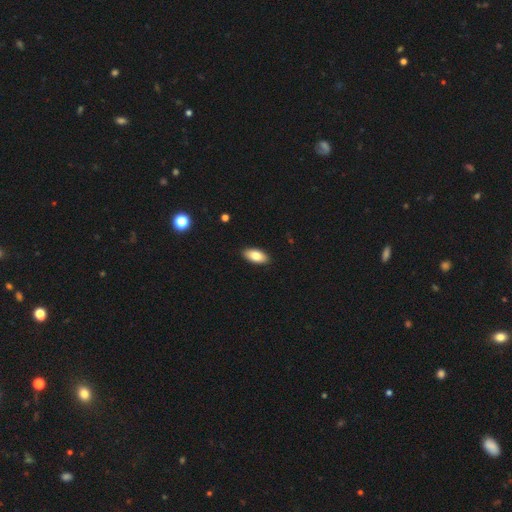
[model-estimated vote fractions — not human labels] The model was most divided on "smooth or featured": smooth: 83%, featured or disk: 11%, star or artifact: 7%. More confident: how rounded — in between (92%); merging — none (90%).